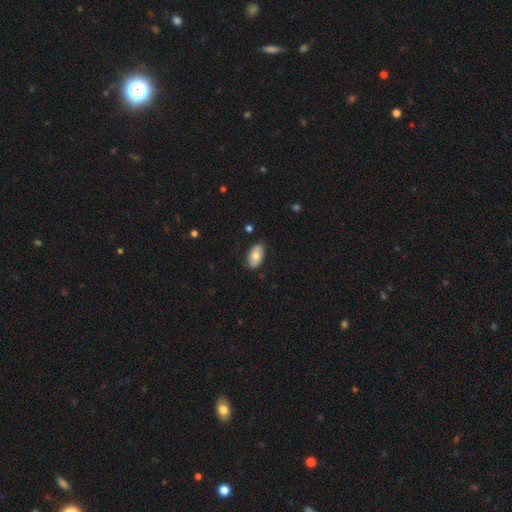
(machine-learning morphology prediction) smooth 62%, featured or disk 32%, star or artifact 6%. Down the decision tree: how rounded — in between (93%); merging — none (82%).